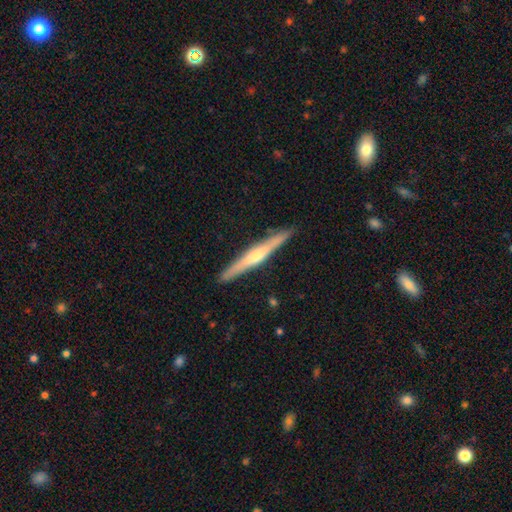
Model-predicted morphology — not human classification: Smooth or featured: featured or disk — 65% (smooth — 30%)
Edge-on disk: yes — 97% (no — 3%)
Edge-on bulge: rounded — 60% (none — 25%)
Merging: none — 90% (minor disturbance — 7%)